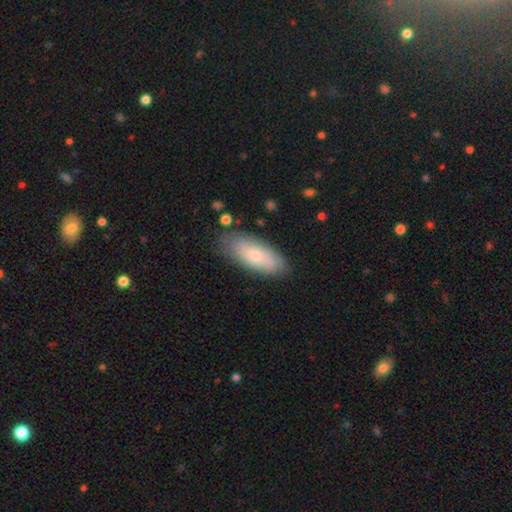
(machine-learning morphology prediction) A smooth galaxy with no disk features (62%) that is in between round and cigar-shaped (84%). Merging: none (78%).